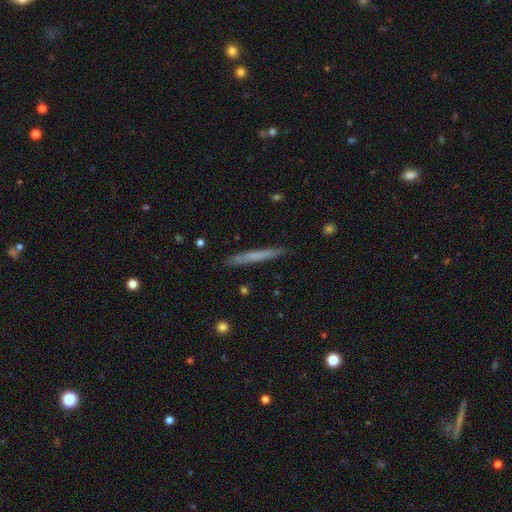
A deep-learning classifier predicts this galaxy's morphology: smooth_or_featured: smooth (p=0.61) [alt: featured or disk p=0.33]
how_rounded: cigar-shaped (p=0.97) [alt: in between p=0.02]
merging: none (p=0.90) [alt: minor disturbance p=0.07]